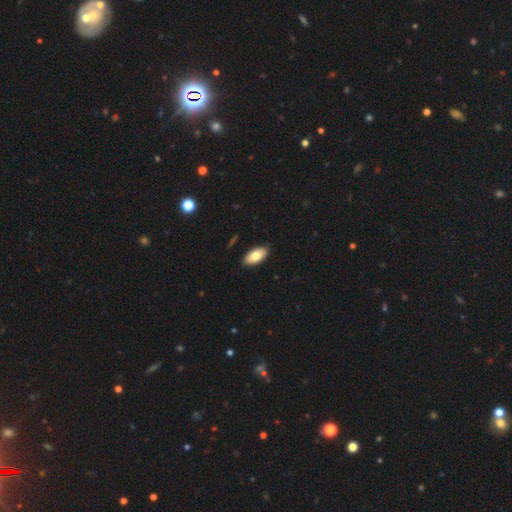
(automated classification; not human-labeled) A smooth galaxy with no disk features (77%) that is in between round and cigar-shaped (93%).

Vote fractions:
- Smooth or featured? smooth: 77% / featured or disk: 17% / star or artifact: 6%
- How rounded? in between: 93% / cigar-shaped: 4% / round: 3%
- Merging? none: 89% / minor disturbance: 8% / major disturbance: 2% / merger: 1%